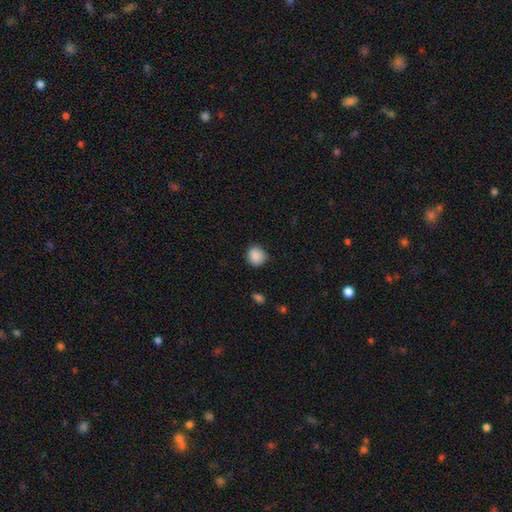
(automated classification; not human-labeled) Smooth or featured? Predicted: smooth (p=0.88). How rounded? Predicted: round (p=0.85). Merging? Predicted: none (p=0.82).